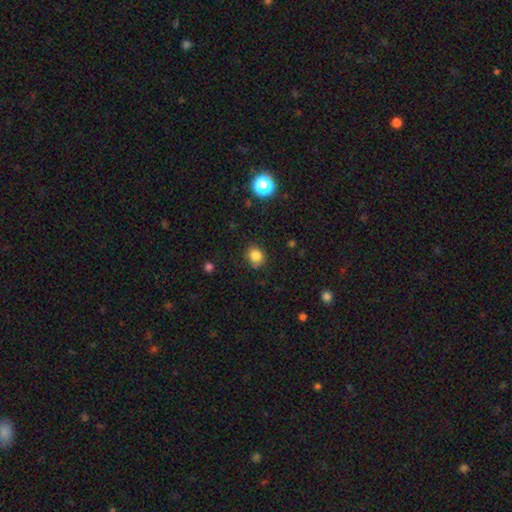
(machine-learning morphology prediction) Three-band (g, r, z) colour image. It shows a smooth galaxy with no disk features (83%) that is round (71%). Merging: none (79%).